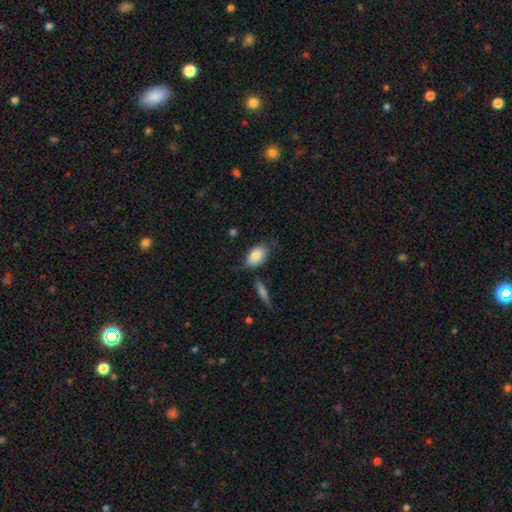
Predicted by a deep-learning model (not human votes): This appears to be a smooth galaxy with no disk features (84%) that is in between round and cigar-shaped (91%). Merging: none (61%).